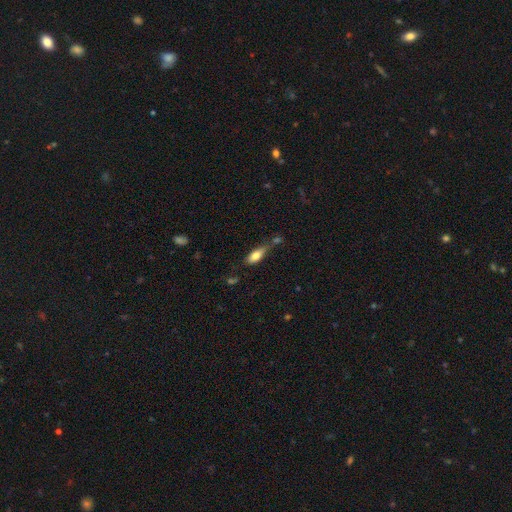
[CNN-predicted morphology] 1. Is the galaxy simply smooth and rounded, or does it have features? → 77% smooth, 16% featured or disk, 8% star or artifact.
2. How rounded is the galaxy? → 80% in between, 17% cigar-shaped, 3% round.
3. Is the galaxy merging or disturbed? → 48% none, 26% minor disturbance, 16% merger, 10% major disturbance.